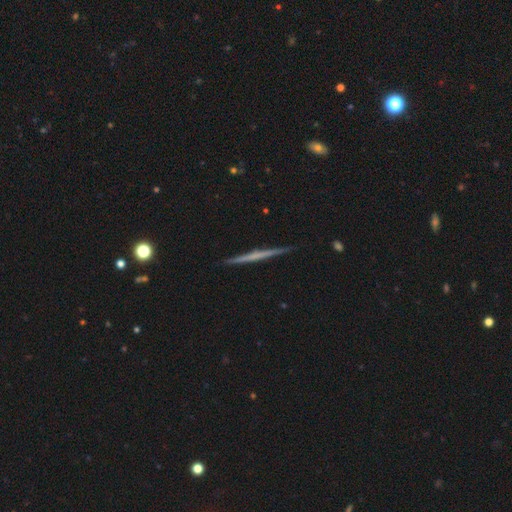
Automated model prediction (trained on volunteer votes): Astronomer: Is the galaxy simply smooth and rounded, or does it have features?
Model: featured or disk — 63%.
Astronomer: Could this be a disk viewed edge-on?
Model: yes — 98%.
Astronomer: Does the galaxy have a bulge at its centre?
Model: none — 80%.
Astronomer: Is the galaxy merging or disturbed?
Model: none — 92%.